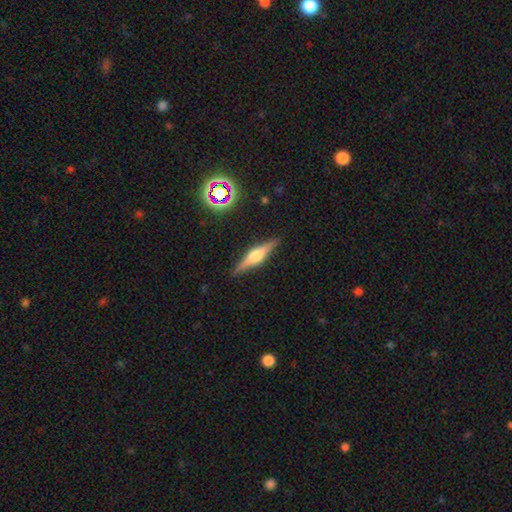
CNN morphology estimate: Q: Smooth or featured?
A: featured or disk (71%); runner-up: smooth (21%)
Q: Edge-on disk?
A: yes (97%); runner-up: no (3%)
Q: Edge-on bulge?
A: rounded (87%); runner-up: boxy (11%)
Q: Merging?
A: none (90%); runner-up: minor disturbance (7%)